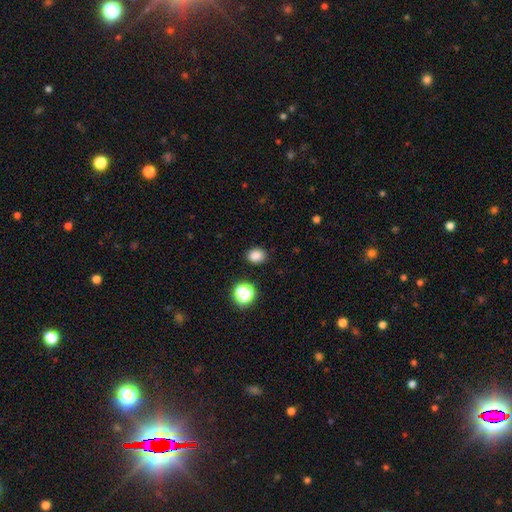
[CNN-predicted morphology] Smooth or featured?
  - smooth: 83% *
  - star or artifact: 13%
  - featured or disk: 3%
How rounded?
  - round: 51% *
  - in between: 48%
  - cigar-shaped: 1%
Merging?
  - none: 87% *
  - minor disturbance: 8%
  - major disturbance: 3%
  - merger: 2%